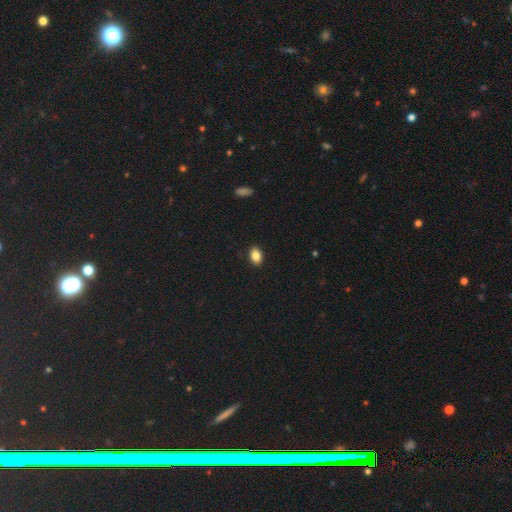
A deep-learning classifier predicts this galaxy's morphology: smooth_or_featured: smooth (p=0.86) [alt: star or artifact p=0.09]
how_rounded: in between (p=0.80) [alt: round p=0.19]
merging: none (p=0.90) [alt: minor disturbance p=0.07]